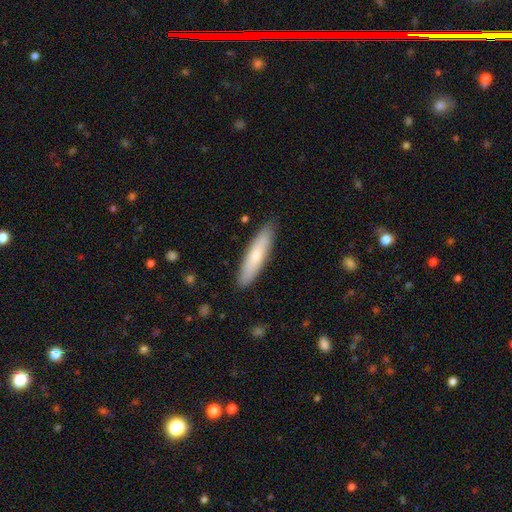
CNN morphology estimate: smooth 67%, featured or disk 28%, star or artifact 6%. Down the decision tree: how rounded — cigar-shaped (78%); merging — none (88%).